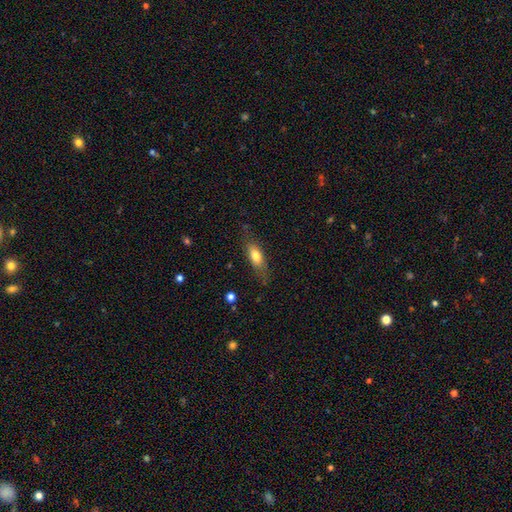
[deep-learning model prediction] This appears to be a smooth galaxy with no disk features (72%) that is in between round and cigar-shaped (69%). Merging: none (71%).